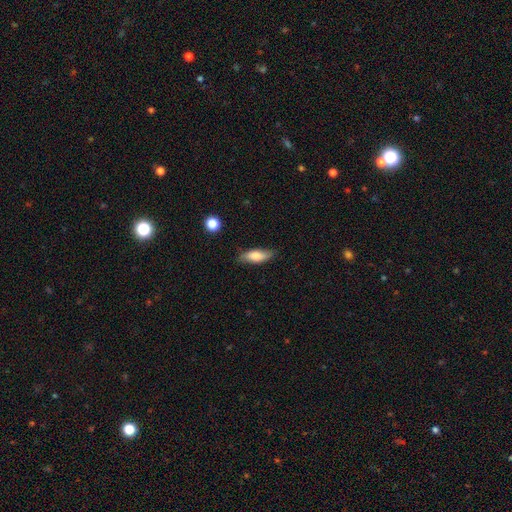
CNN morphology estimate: Smooth or featured? smooth (74%)
How rounded? in between (68%)
Merging? none (79%)